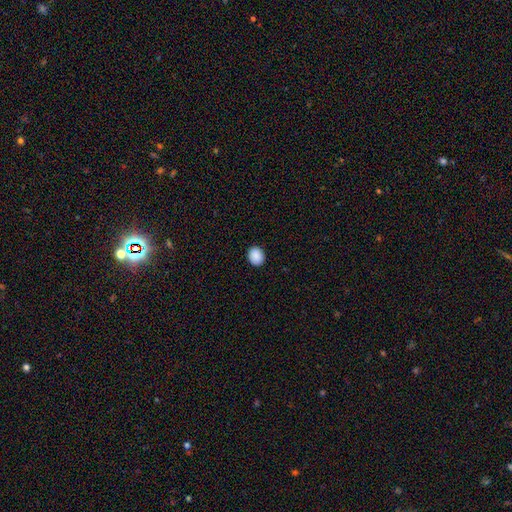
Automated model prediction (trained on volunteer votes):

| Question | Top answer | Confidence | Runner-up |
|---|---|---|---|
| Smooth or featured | smooth | 90% | star or artifact (8%) |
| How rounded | round | 56% | in between (43%) |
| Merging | none | 91% | minor disturbance (7%) |